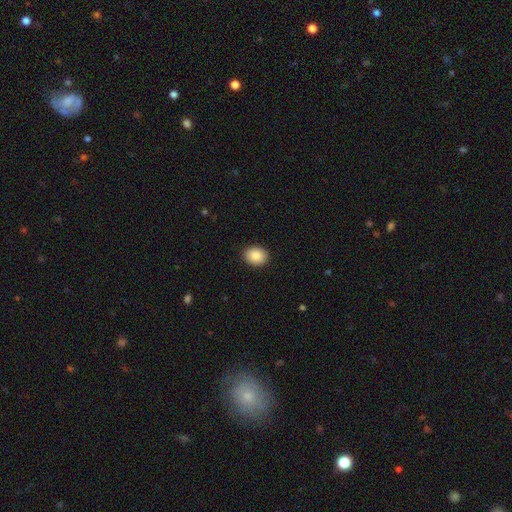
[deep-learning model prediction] A smooth galaxy with no disk features (88%) that is in between round and cigar-shaped (54%).

Vote fractions:
- Smooth or featured? smooth: 88% / star or artifact: 8% / featured or disk: 4%
- How rounded? in between: 54% / round: 46% / cigar-shaped: 1%
- Merging? none: 90% / minor disturbance: 7% / major disturbance: 2% / merger: 1%